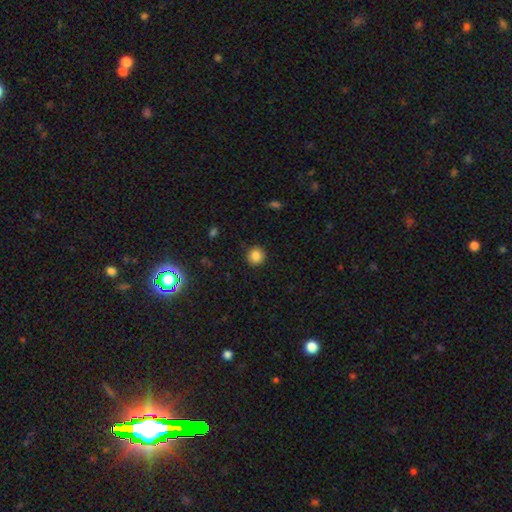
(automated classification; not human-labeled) Overall: smooth (85%). How rounded: round (91%). Merging: none (90%).